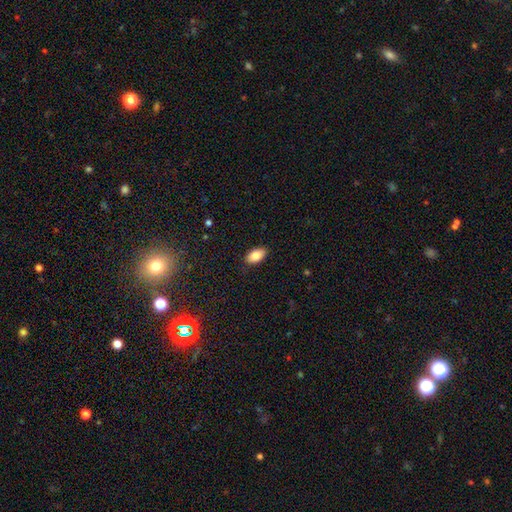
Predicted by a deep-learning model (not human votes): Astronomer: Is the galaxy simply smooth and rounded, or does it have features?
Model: smooth — 84%.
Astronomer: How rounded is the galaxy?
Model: in between — 94%.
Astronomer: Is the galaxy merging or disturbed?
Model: none — 88%.